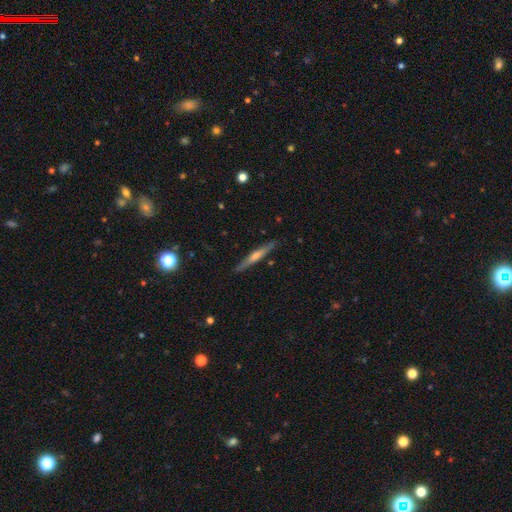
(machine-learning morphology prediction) This appears to be a featured or disk galaxy (64%) viewed edge-on (97%) with a rounded central bulge (70%). Merging: none (90%).